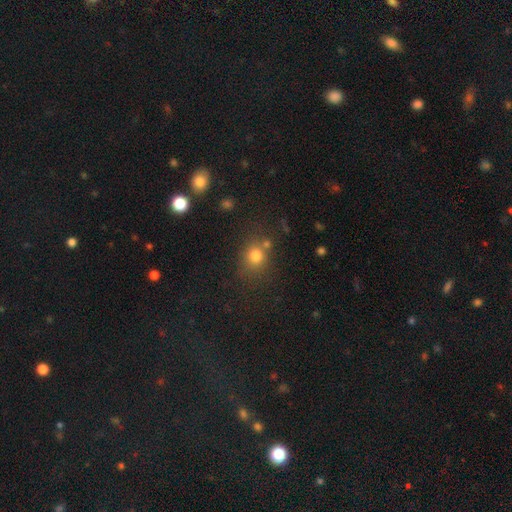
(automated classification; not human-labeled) smooth_or_featured: smooth (p=0.77) [alt: star or artifact p=0.15]
how_rounded: round (p=0.76) [alt: in between p=0.23]
merging: none (p=0.66) [alt: merger p=0.15]